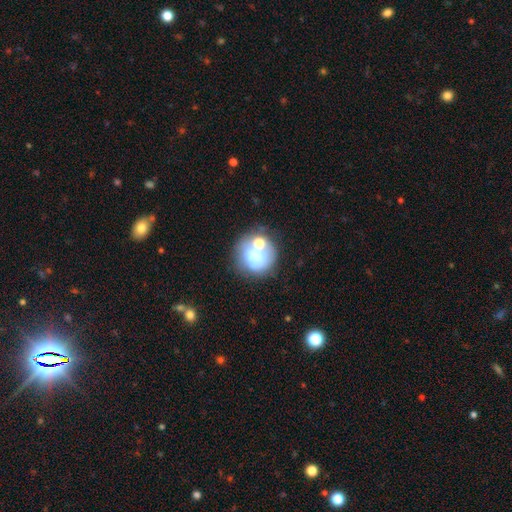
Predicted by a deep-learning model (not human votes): Overall: smooth (57%; featured or disk 32%). How rounded: round (84%). Merging: none (45%; merger 29%).